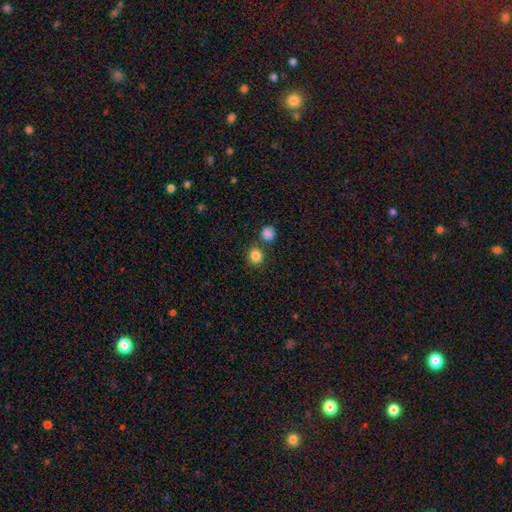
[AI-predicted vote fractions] Smooth or featured: smooth — 84% (star or artifact — 11%)
How rounded: round — 79% (in between — 20%)
Merging: none — 74% (merger — 15%)